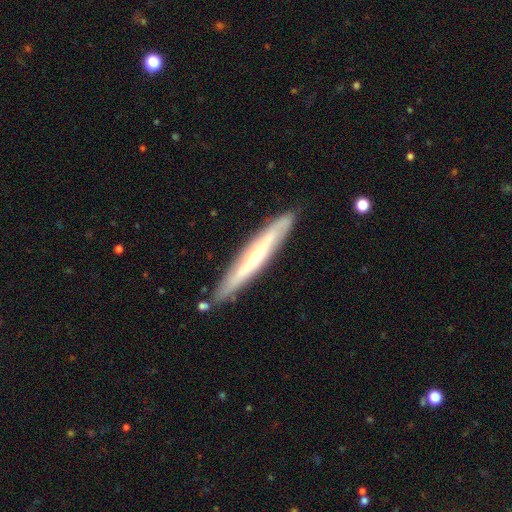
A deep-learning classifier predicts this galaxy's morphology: This appears to be a featured or disk galaxy (64%) viewed edge-on (85%) with a rounded central bulge (70%). Merging: none (85%).